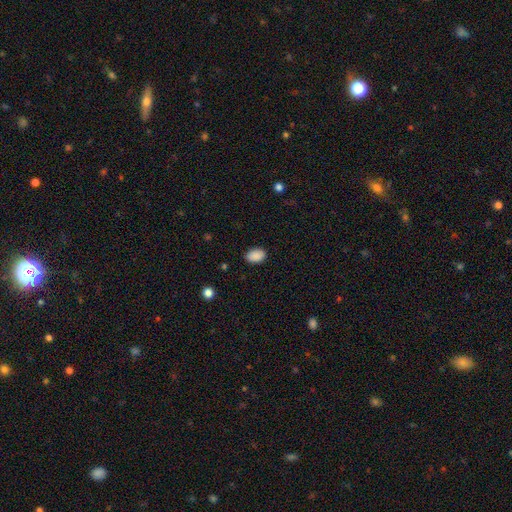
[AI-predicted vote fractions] Smooth or featured? smooth (89%)
How rounded? in between (83%)
Merging? none (87%)